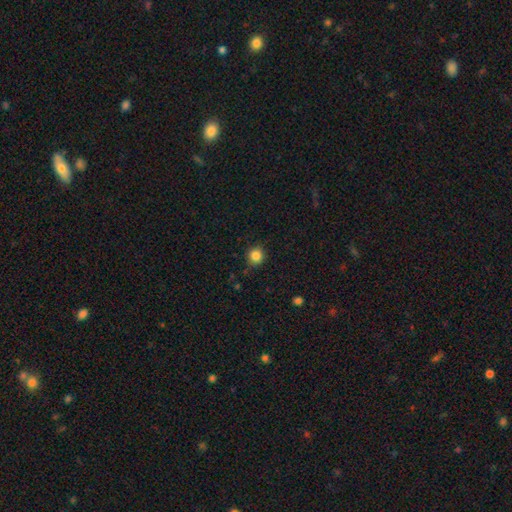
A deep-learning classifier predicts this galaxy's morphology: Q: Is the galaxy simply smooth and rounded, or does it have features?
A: smooth — 85%.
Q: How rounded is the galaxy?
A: round — 90%.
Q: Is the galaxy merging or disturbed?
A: none — 88%.